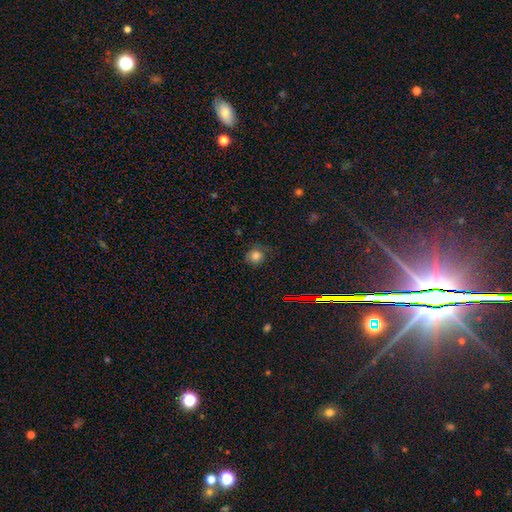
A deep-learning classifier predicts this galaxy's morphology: A smooth galaxy with no disk features (80%) that is round (86%). Merging: none (73%).